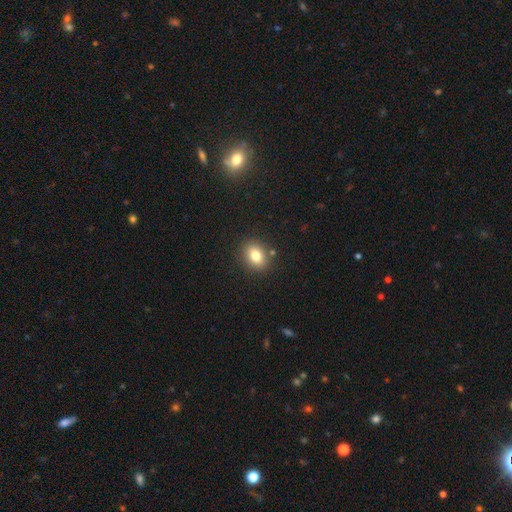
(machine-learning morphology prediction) The model was most divided on "how rounded": in between: 56%, round: 42%, cigar-shaped: 1%. More confident: merging — none (85%); smooth or featured — smooth (80%).